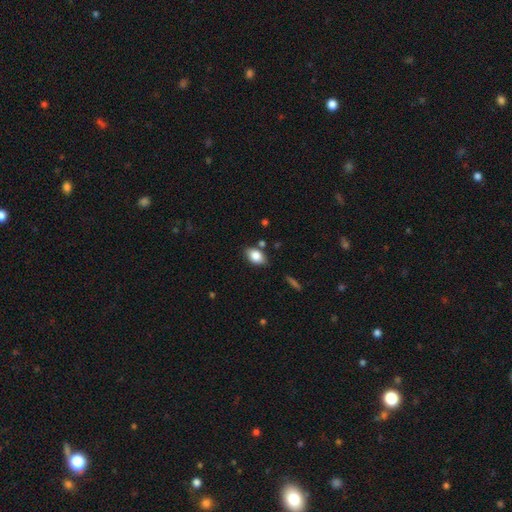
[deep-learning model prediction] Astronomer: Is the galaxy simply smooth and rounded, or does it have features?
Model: smooth — 83%.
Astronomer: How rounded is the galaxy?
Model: in between — 87%.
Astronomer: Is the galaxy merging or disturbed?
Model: none — 79%.